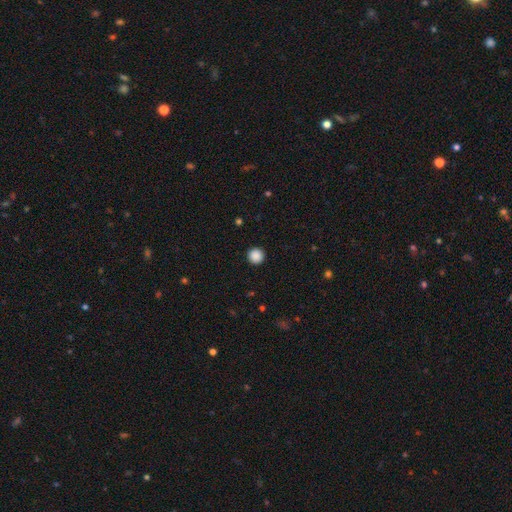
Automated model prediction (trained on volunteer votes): Smooth or featured?
  - smooth: 88% *
  - star or artifact: 9%
  - featured or disk: 2%
How rounded?
  - round: 96% *
  - in between: 3%
  - cigar-shaped: 1%
Merging?
  - none: 93% *
  - minor disturbance: 4%
  - major disturbance: 2%
  - merger: 1%